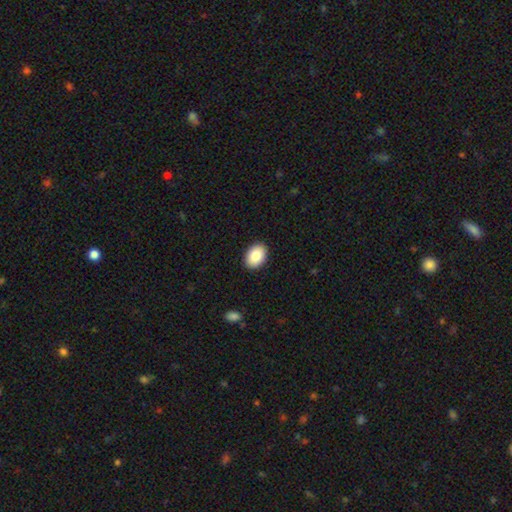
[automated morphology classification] Smooth or featured: smooth — 87% (star or artifact — 7%)
How rounded: in between — 82% (round — 17%)
Merging: none — 90% (minor disturbance — 7%)